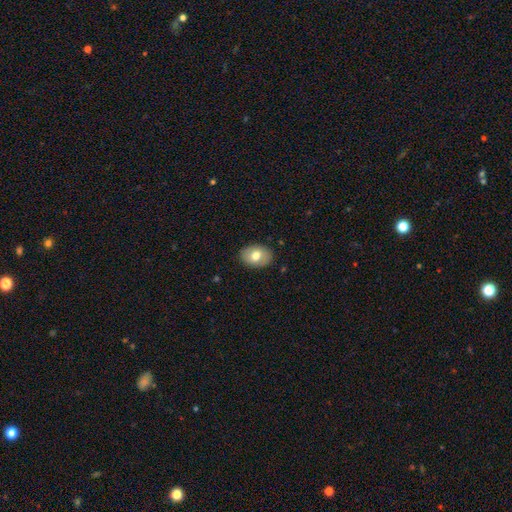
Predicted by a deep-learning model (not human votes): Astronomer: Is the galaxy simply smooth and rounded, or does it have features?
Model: smooth — 72%.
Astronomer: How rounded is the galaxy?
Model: in between — 73%.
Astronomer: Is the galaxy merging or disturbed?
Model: none — 87%.